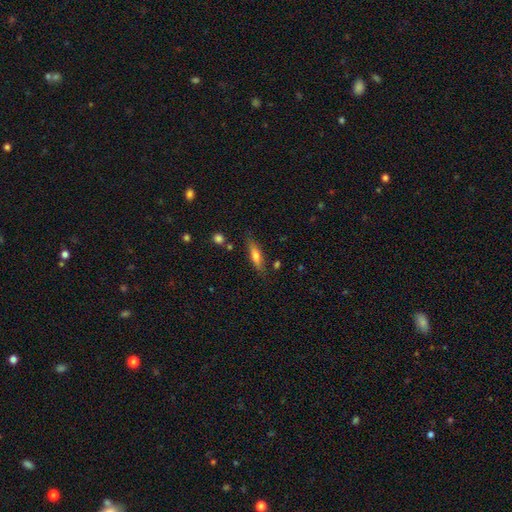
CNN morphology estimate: smooth_or_featured: smooth (p=0.63) [alt: featured or disk p=0.30]
how_rounded: cigar-shaped (p=0.63) [alt: in between p=0.35]
merging: none (p=0.78) [alt: minor disturbance p=0.15]